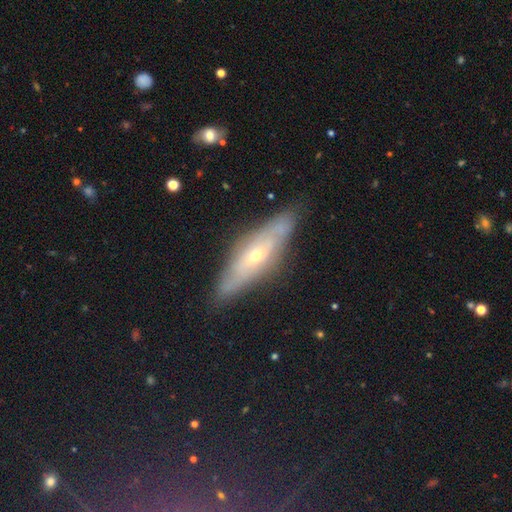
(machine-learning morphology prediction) The model was most divided on "edge-on disk": yes: 55%, no: 45%. More confident: merging — none (80%); smooth or featured — featured or disk (66%).